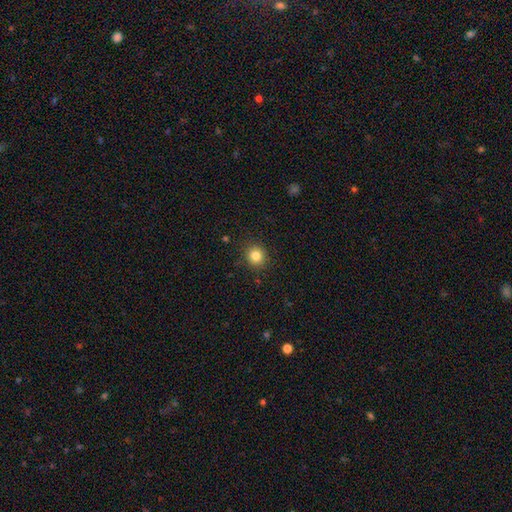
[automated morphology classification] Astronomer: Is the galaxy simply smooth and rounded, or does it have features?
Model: smooth — 83%.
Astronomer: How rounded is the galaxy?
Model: round — 86%.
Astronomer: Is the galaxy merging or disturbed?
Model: none — 89%.